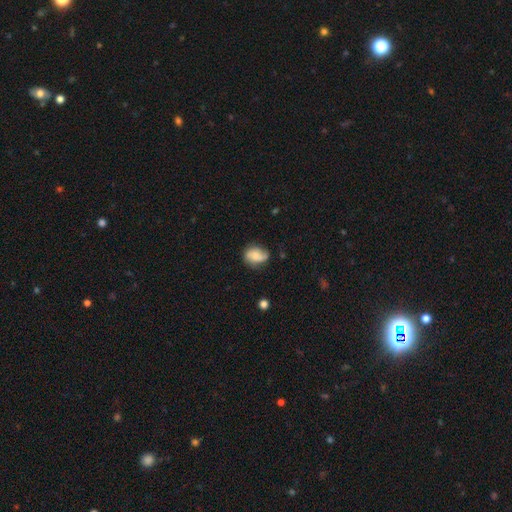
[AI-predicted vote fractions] Morphology: type=smooth (55%); roundness=in between (61%); merging=none (58%).